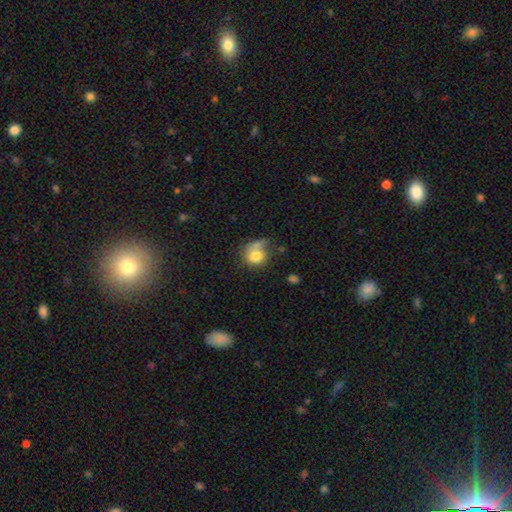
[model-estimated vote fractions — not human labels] Q: Smooth or featured?
A: smooth (76%); runner-up: featured or disk (15%)
Q: How rounded?
A: round (69%); runner-up: in between (30%)
Q: Merging?
A: none (38%); runner-up: merger (24%)